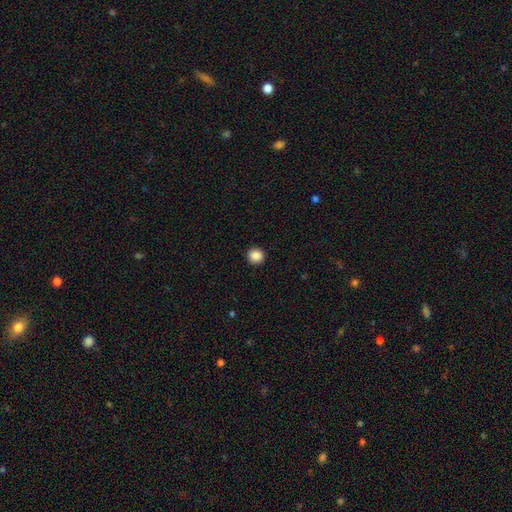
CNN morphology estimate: Smooth or featured?
  - smooth: 88% *
  - star or artifact: 10%
  - featured or disk: 3%
How rounded?
  - round: 94% *
  - in between: 5%
  - cigar-shaped: 1%
Merging?
  - none: 93% *
  - minor disturbance: 5%
  - major disturbance: 2%
  - merger: 1%